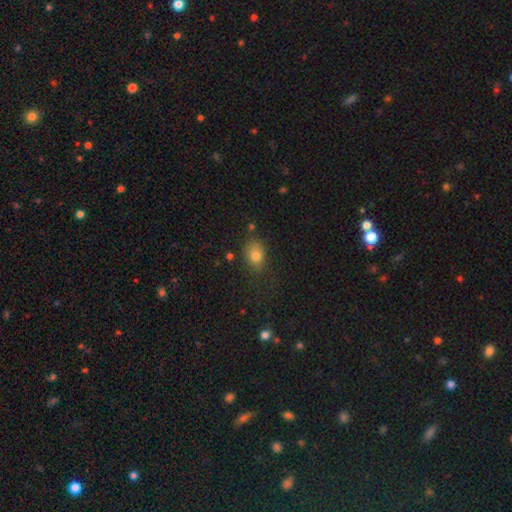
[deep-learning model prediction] The model was most divided on "merging": none: 64%, minor disturbance: 25%, major disturbance: 8%, merger: 3%. More confident: smooth or featured — smooth (79%); how rounded — in between (70%).